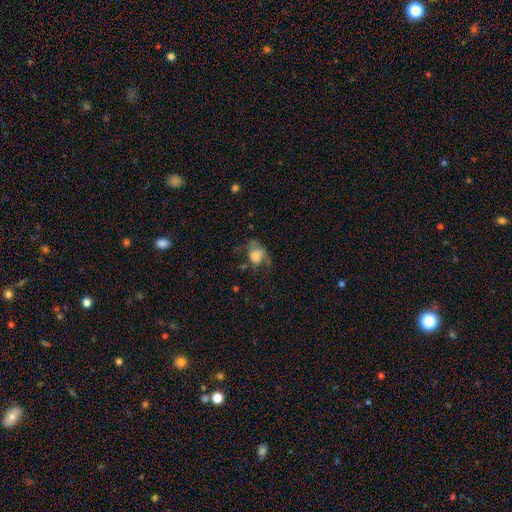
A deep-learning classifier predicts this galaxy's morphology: Overall: smooth (65%; featured or disk 25%). How rounded: in between (67%; round 31%). Merging: major disturbance (38%; none 32%).